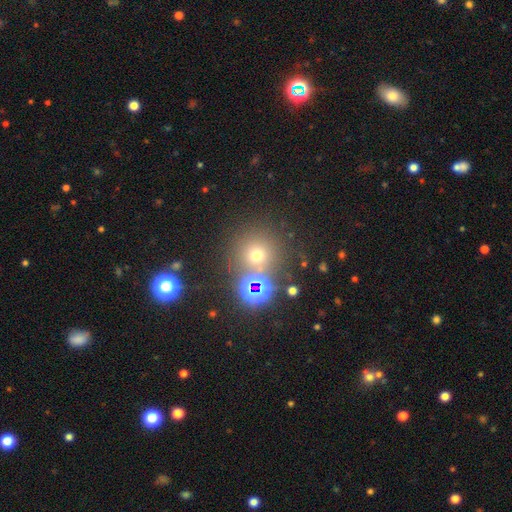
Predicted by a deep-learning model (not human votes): This is possibly a smooth galaxy (58%). How rounded: clearly round (93%). Merging: likely none (74%).